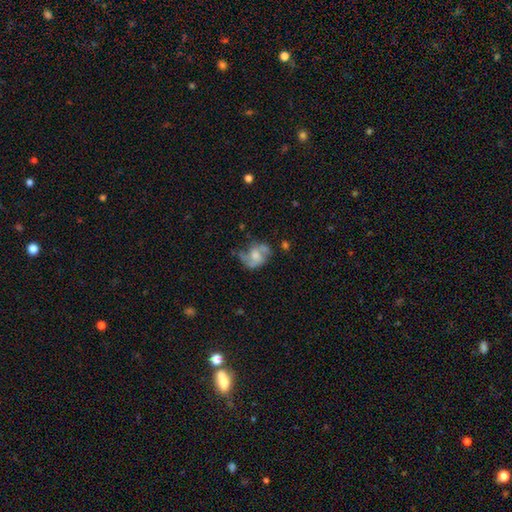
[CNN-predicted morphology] Smooth or featured: featured or disk — 63% (smooth — 29%)
Edge-on disk: no — 97% (yes — 3%)
Bar: no — 62% (weak — 32%)
Spiral arms: yes — 79% (no — 21%)
Bulge size: moderate — 46% (small — 28%)
Merging: none — 46% (minor disturbance — 26%)